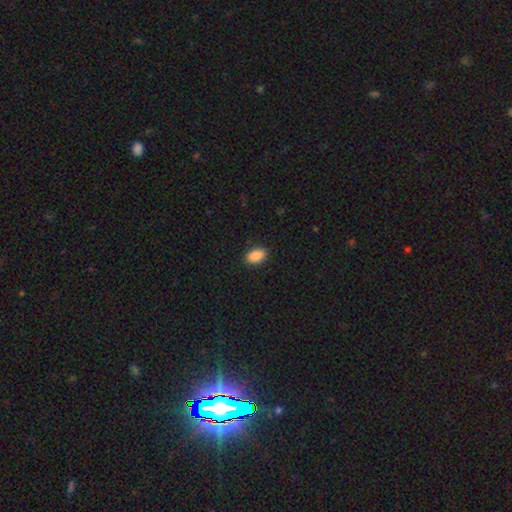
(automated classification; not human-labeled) Smooth or featured? Predicted: smooth (p=0.90). How rounded? Predicted: in between (p=0.91). Merging? Predicted: none (p=0.88).